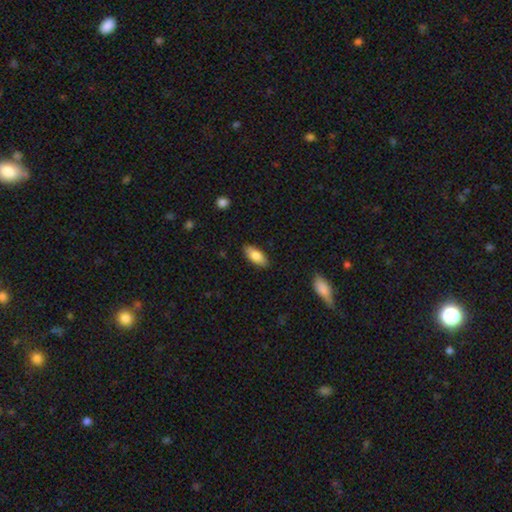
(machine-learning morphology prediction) smooth-or-featured: smooth: 82% | featured or disk: 12% | star or artifact: 6%
  how-rounded: in between: 83% | cigar-shaped: 15% | round: 2%
  merging: none: 87% | minor disturbance: 10% | major disturbance: 2% | merger: 1%